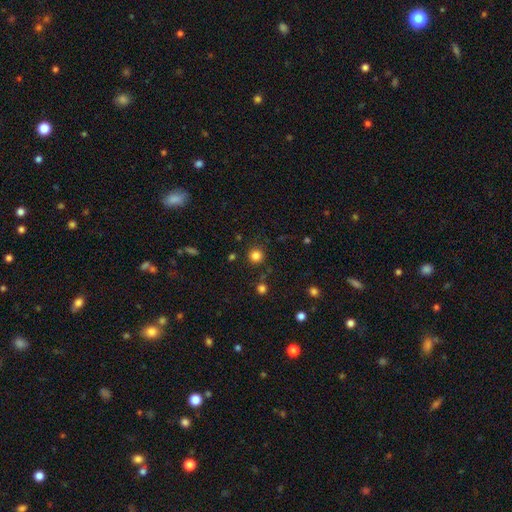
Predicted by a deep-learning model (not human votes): Smooth or featured? smooth (82%)
How rounded? round (94%)
Merging? none (87%)